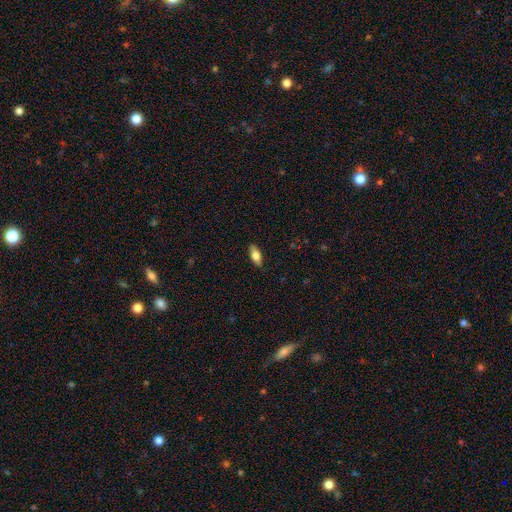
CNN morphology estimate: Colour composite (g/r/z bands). It shows a smooth galaxy with no disk features (71%) that is in between round and cigar-shaped (79%). Merging: none (87%).